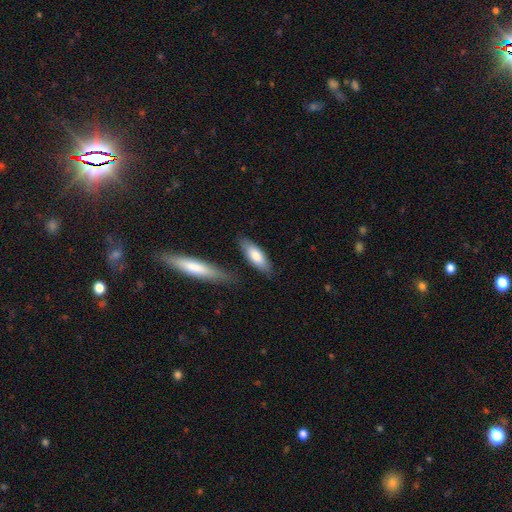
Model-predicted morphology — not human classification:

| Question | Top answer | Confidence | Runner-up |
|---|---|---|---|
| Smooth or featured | smooth | 78% | featured or disk (17%) |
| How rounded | in between | 59% | cigar-shaped (40%) |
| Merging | none | 77% | minor disturbance (14%) |